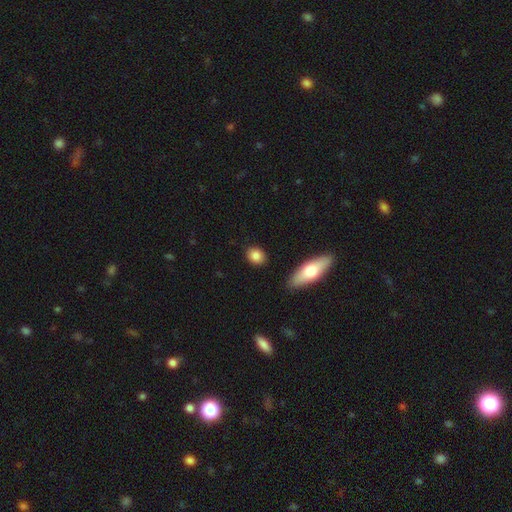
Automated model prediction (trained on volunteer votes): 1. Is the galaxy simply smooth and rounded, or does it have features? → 85% smooth, 8% featured or disk, 7% star or artifact.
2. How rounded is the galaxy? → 52% in between, 44% round, 4% cigar-shaped.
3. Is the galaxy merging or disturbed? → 87% none, 8% minor disturbance, 2% merger, 2% major disturbance.